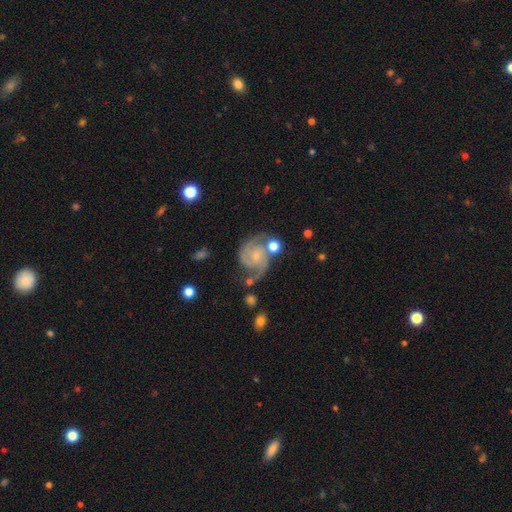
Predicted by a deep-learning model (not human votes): Smooth or featured? Predicted: featured or disk (p=0.87). Edge-on disk? Predicted: no (p=0.98). Bar? Predicted: no (p=0.64). Spiral arms? Predicted: yes (p=0.98). Spiral winding? Predicted: medium (p=0.52). Spiral arm count? Predicted: 2 (p=0.84). Bulge size? Predicted: small (p=0.67). Merging? Predicted: none (p=0.60).